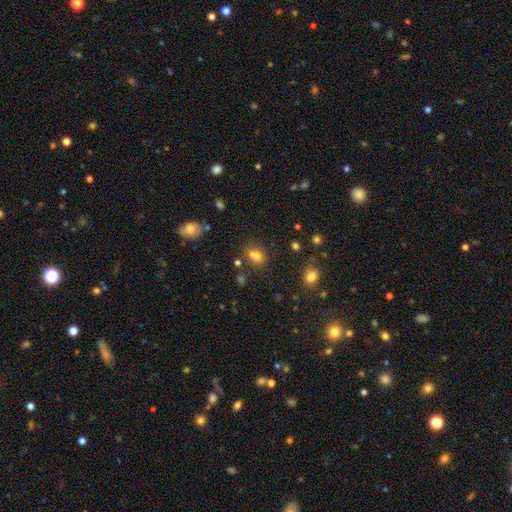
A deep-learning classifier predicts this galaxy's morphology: Smooth or featured? Predicted: smooth (p=0.71). How rounded? Predicted: in between (p=0.56). Merging? Predicted: none (p=0.49).